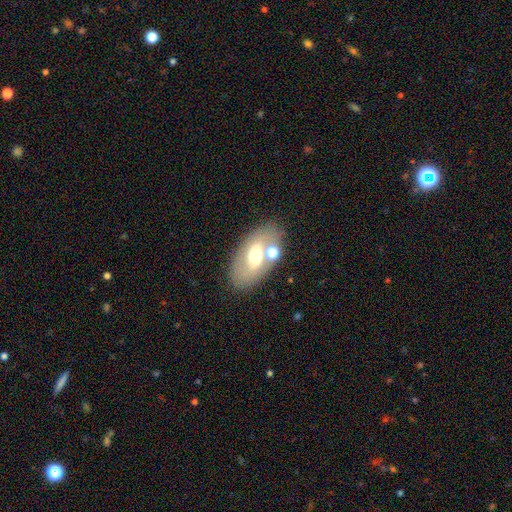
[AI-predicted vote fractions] smooth 48%, featured or disk 42%, star or artifact 10%. Down the decision tree: merging — none (66%).